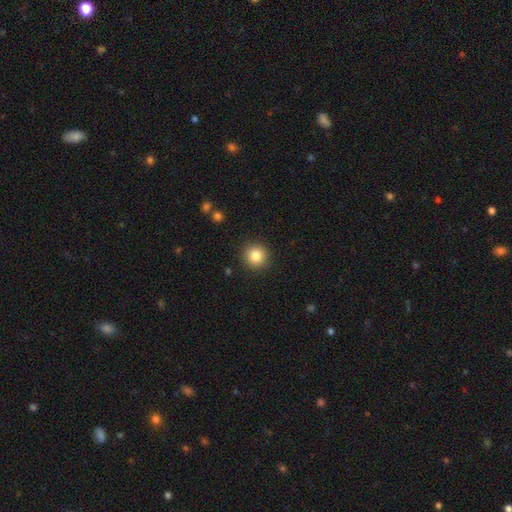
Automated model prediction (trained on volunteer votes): A smooth galaxy with no disk features (83%) that is round (94%).

Vote fractions:
- Smooth or featured? smooth: 83% / star or artifact: 10% / featured or disk: 7%
- How rounded? round: 94% / in between: 5% / cigar-shaped: 1%
- Merging? none: 91% / minor disturbance: 6% / major disturbance: 2% / merger: 1%